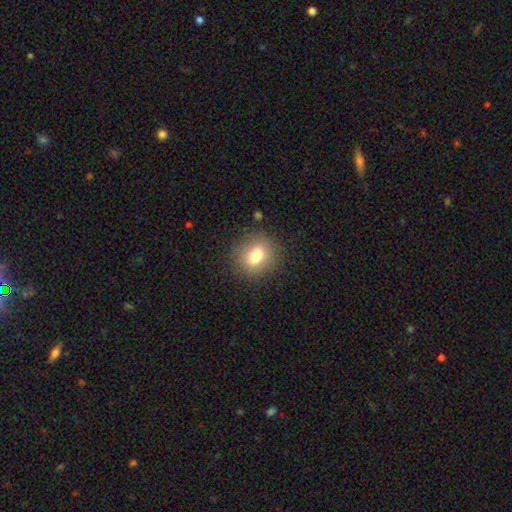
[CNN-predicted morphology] This appears to be a smooth galaxy with no disk features (77%) that is round (69%). Merging: none (86%).